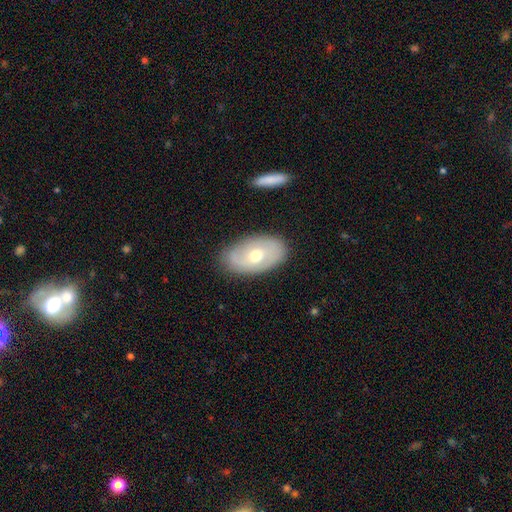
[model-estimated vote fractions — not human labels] A featured or disk galaxy (48%).

Vote fractions:
- Smooth or featured? featured or disk: 48% / smooth: 45% / star or artifact: 7%
- Merging? none: 82% / minor disturbance: 13% / major disturbance: 3% / merger: 2%